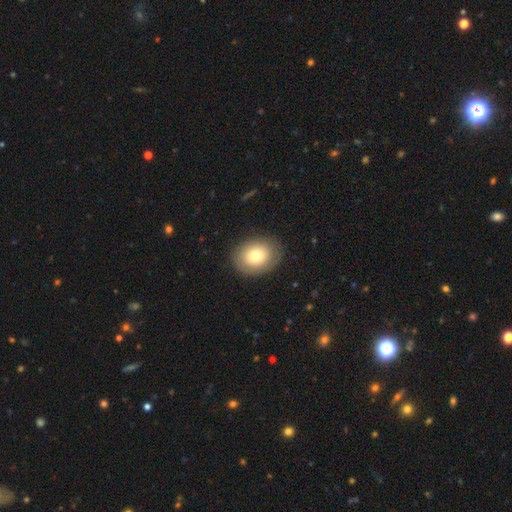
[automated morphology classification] smooth_or_featured: smooth (p=0.75) [alt: featured or disk p=0.17]
how_rounded: in between (p=0.59) [alt: round p=0.40]
merging: none (p=0.84) [alt: minor disturbance p=0.11]